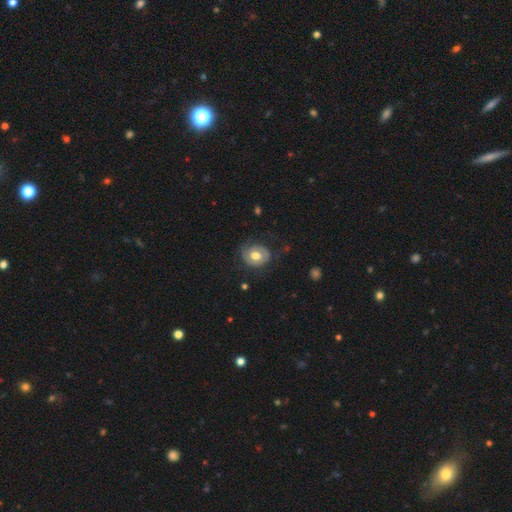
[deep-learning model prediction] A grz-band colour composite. It shows a featured or disk galaxy (52%) with no bar (68%), spiral arms (63%) and a moderate central bulge (65%). Merging: none (66%).